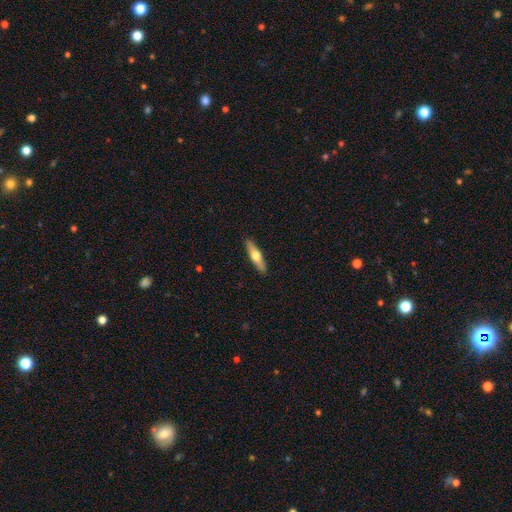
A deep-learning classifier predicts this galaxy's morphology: A featured or disk galaxy (51%) viewed edge-on (92%). Merging: none (91%).